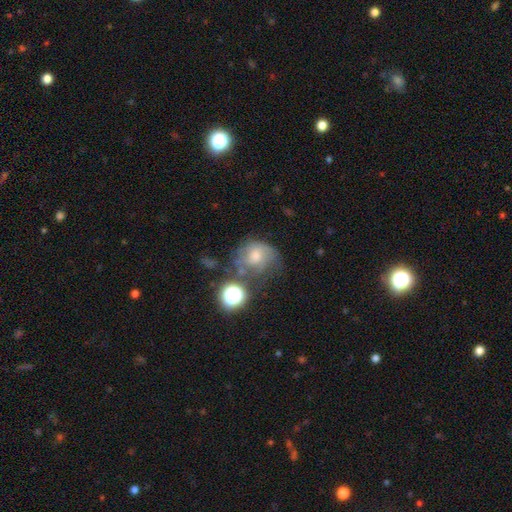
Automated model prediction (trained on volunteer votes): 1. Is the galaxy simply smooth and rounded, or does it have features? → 41% featured or disk, 40% smooth, 19% star or artifact.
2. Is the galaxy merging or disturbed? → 38% none, 25% minor disturbance, 24% major disturbance, 13% merger.